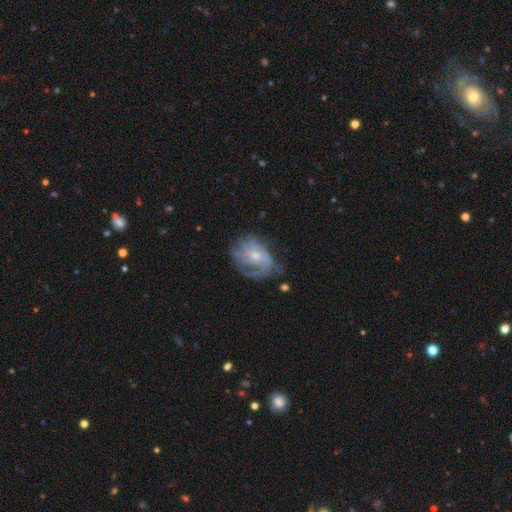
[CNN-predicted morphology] Smooth or featured? Predicted: featured or disk (p=0.70). Edge-on disk? Predicted: no (p=0.97). Bar? Predicted: no (p=0.75). Spiral arms? Predicted: yes (p=0.79). Spiral winding? Predicted: tight (p=0.43). Spiral arm count? Predicted: can't tell (p=0.45). Bulge size? Predicted: small (p=0.53). Merging? Predicted: none (p=0.46).